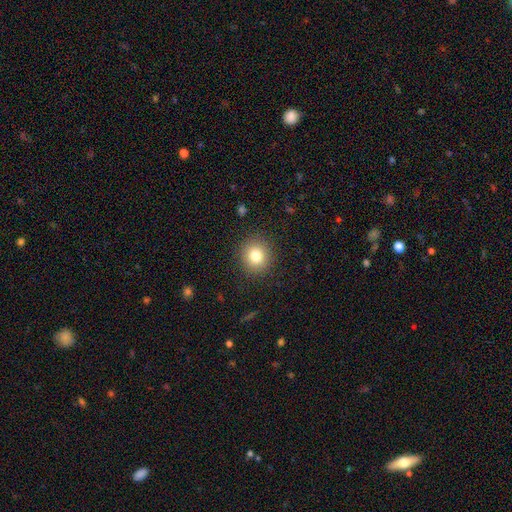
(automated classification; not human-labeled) Smooth or featured? Predicted: smooth (p=0.80). How rounded? Predicted: round (p=0.90). Merging? Predicted: none (p=0.90).